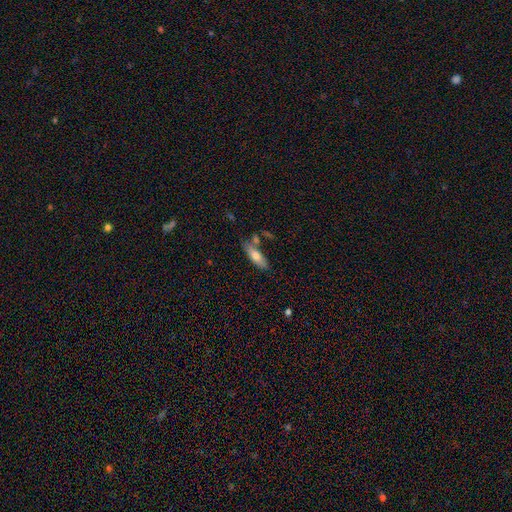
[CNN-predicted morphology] Smooth or featured?
  - smooth: 66% *
  - featured or disk: 27%
  - star or artifact: 6%
How rounded?
  - in between: 49% *
  - cigar-shaped: 48%
  - round: 2%
Merging?
  - none: 67% *
  - minor disturbance: 15%
  - merger: 14%
  - major disturbance: 4%